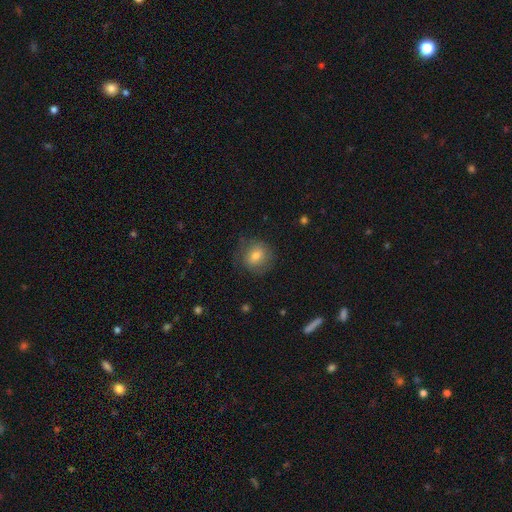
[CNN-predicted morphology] smooth_or_featured: smooth (p=0.71) [alt: featured or disk p=0.19]
how_rounded: round (p=0.80) [alt: in between p=0.19]
merging: none (p=0.74) [alt: minor disturbance p=0.17]